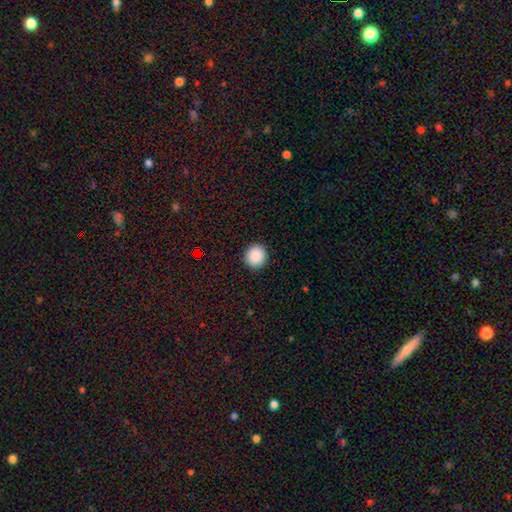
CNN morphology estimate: A smooth galaxy with no disk features (89%) that is round (89%). Merging: none (92%).